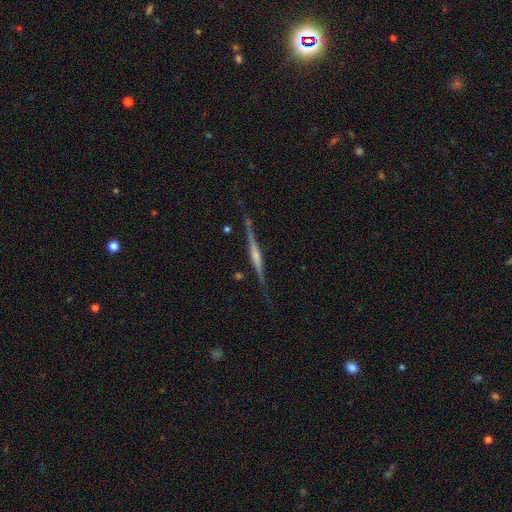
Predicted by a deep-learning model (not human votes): Smooth or featured?
  - featured or disk: 79% *
  - smooth: 15%
  - star or artifact: 6%
Edge-on disk?
  - yes: 98% *
  - no: 2%
Edge-on bulge?
  - rounded: 55% *
  - boxy: 26%
  - none: 19%
Merging?
  - none: 83% *
  - minor disturbance: 12%
  - major disturbance: 3%
  - merger: 2%